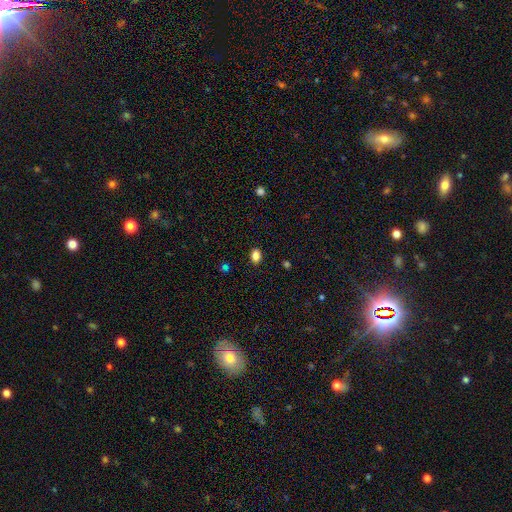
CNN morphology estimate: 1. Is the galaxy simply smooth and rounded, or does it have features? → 85% smooth, 11% star or artifact, 4% featured or disk.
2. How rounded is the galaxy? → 79% in between, 19% round, 2% cigar-shaped.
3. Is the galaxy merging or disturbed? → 89% none, 8% minor disturbance, 2% major disturbance, 1% merger.